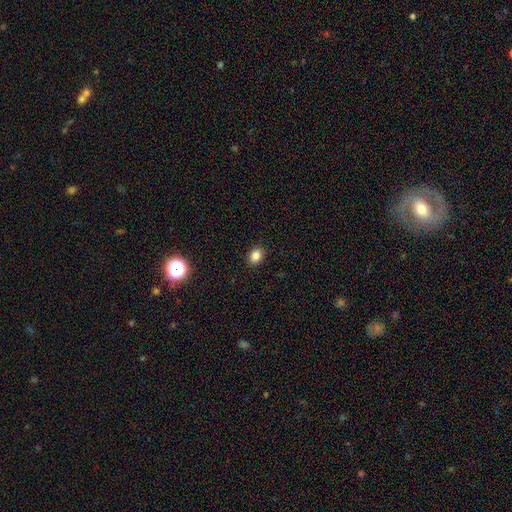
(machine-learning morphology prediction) Q: Smooth or featured?
A: smooth (83%); runner-up: star or artifact (12%)
Q: How rounded?
A: in between (58%); runner-up: round (41%)
Q: Merging?
A: none (90%); runner-up: minor disturbance (7%)